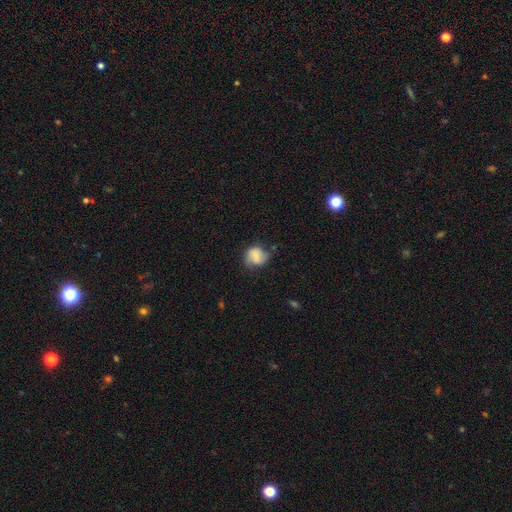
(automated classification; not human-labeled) Overall: smooth (57%; featured or disk 34%). How rounded: round (69%; in between 30%). Merging: none (55%; minor disturbance 30%).